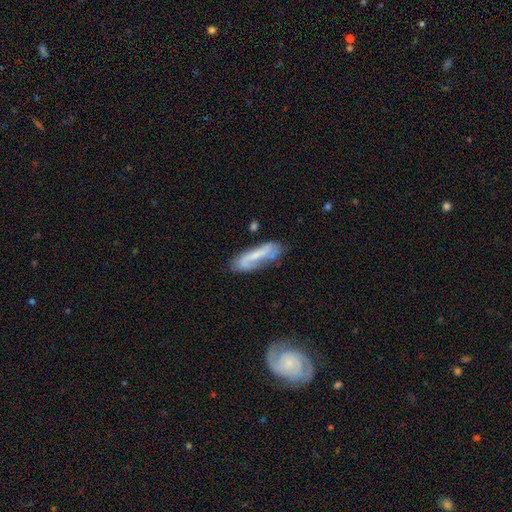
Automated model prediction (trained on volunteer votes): featured or disk 58%, smooth 34%, star or artifact 8%. Down the decision tree: edge-on disk — no (82%); merging — none (60%).